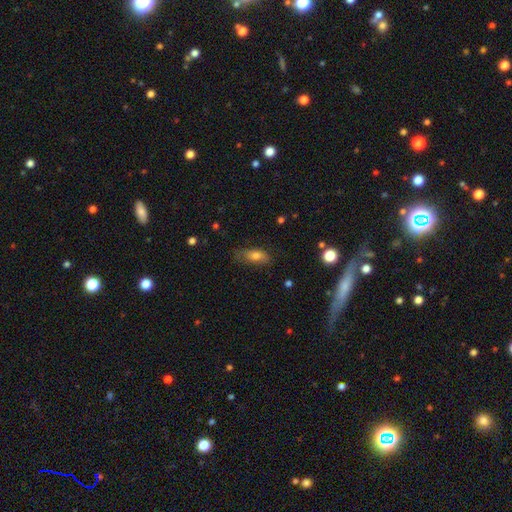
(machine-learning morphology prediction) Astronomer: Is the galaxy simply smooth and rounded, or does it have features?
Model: smooth — 73%.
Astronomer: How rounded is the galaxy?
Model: in between — 79%.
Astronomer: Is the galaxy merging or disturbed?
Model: none — 65%.